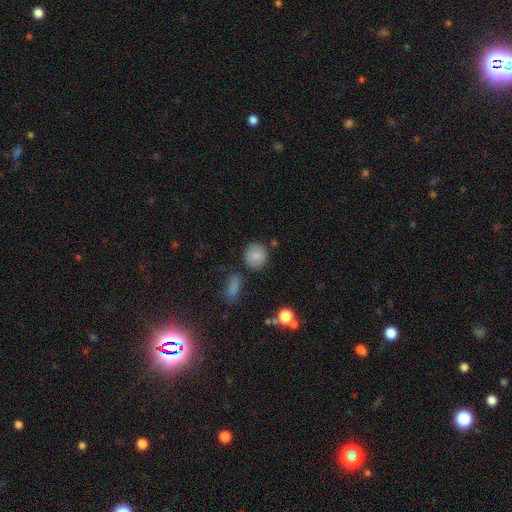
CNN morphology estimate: Overall: smooth (83%). How rounded: round (88%). Merging: none (83%).